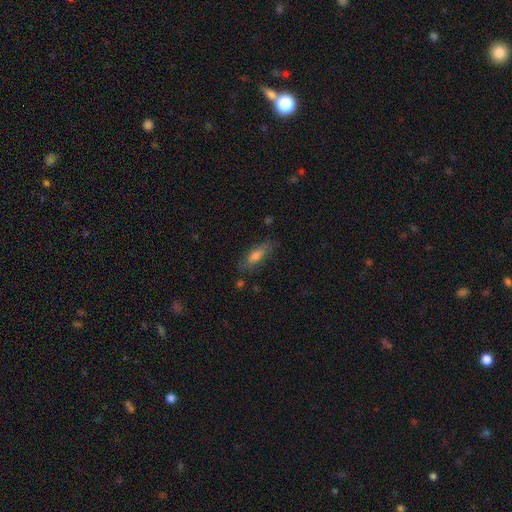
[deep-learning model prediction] Smooth or featured: smooth — 54% (featured or disk — 32%)
How rounded: cigar-shaped — 51% (in between — 46%)
Merging: none — 74% (minor disturbance — 18%)